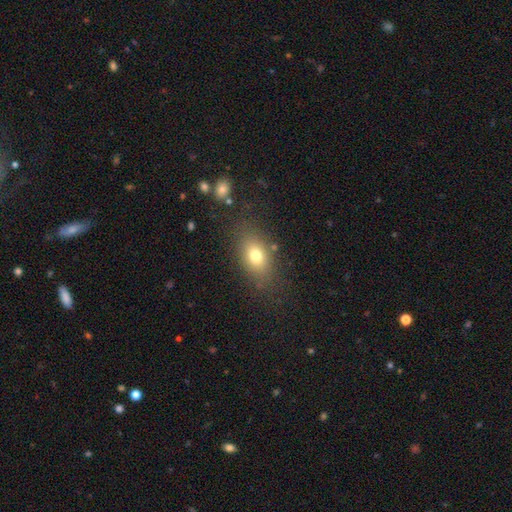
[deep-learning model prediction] Smooth or featured?
  - smooth: 75% *
  - featured or disk: 14%
  - star or artifact: 12%
How rounded?
  - in between: 79% *
  - round: 17%
  - cigar-shaped: 4%
Merging?
  - none: 79% *
  - minor disturbance: 12%
  - major disturbance: 5%
  - merger: 3%